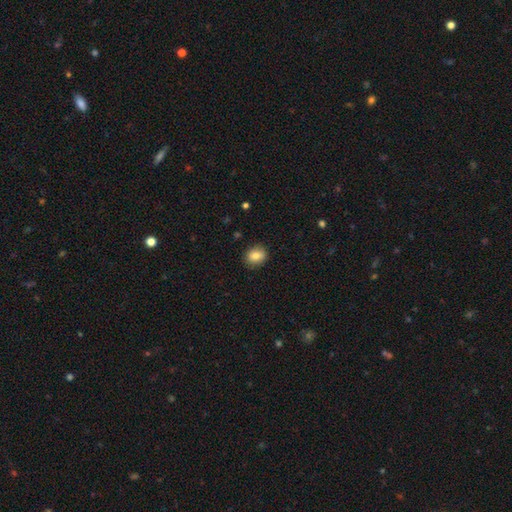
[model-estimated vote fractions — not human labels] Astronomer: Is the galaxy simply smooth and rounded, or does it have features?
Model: smooth — 79%.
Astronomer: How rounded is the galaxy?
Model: round — 62%.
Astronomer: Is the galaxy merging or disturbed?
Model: none — 87%.